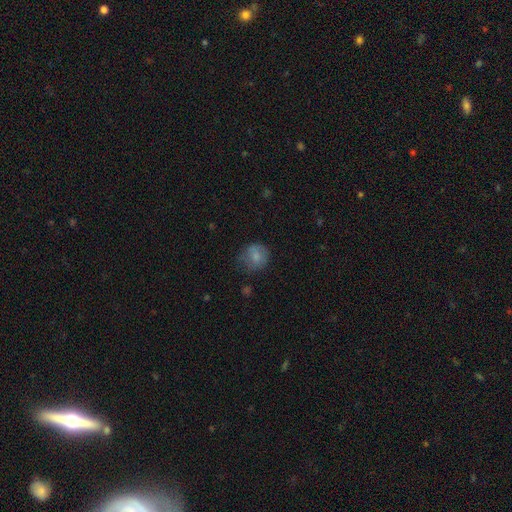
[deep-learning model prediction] This is likely a smooth galaxy (76%). How rounded: likely round (78%). Merging: likely none (62%).